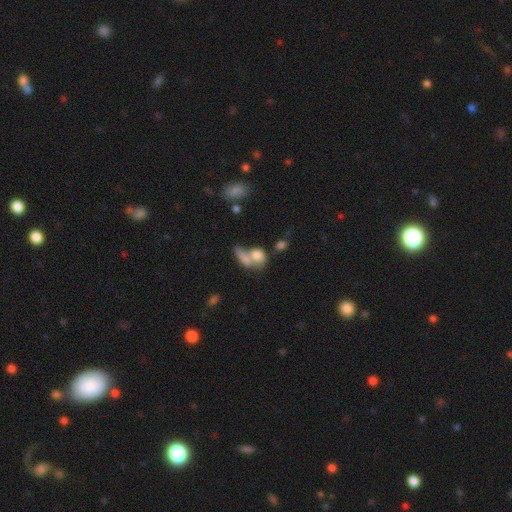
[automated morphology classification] smooth-or-featured: smooth: 74% | featured or disk: 15% | star or artifact: 10%
  how-rounded: in between: 55% | round: 39% | cigar-shaped: 7%
  merging: merger: 54% | none: 28% | minor disturbance: 10% | major disturbance: 8%